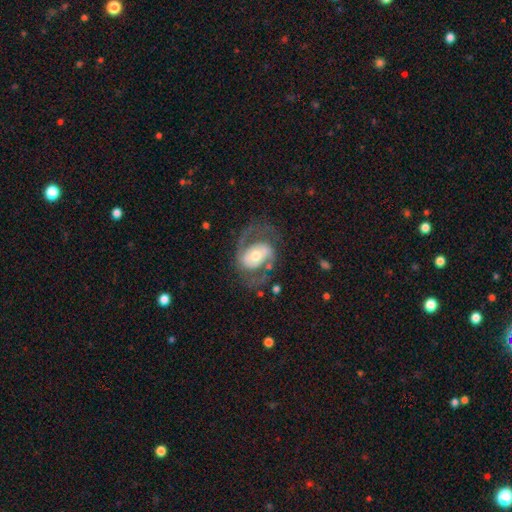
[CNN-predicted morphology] This appears to be a featured or disk galaxy (81%) with no bar (48%), 2 (89%) medium (53%) spiral arms (89%) and a moderate central bulge (65%). Merging: none (64%).